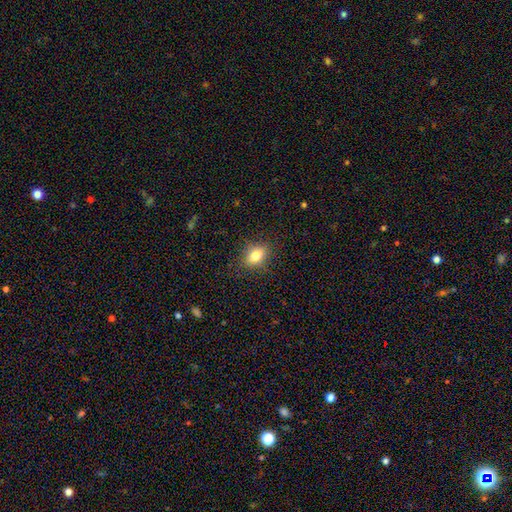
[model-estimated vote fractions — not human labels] Smooth or featured: smooth — 81% (star or artifact — 10%)
How rounded: in between — 76% (round — 20%)
Merging: none — 86% (minor disturbance — 10%)